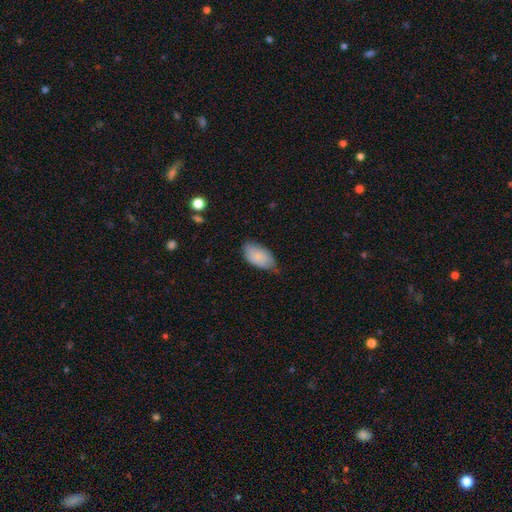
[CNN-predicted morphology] Overall: smooth (81%). How rounded: in between (95%). Merging: none (56%; minor disturbance 37%).